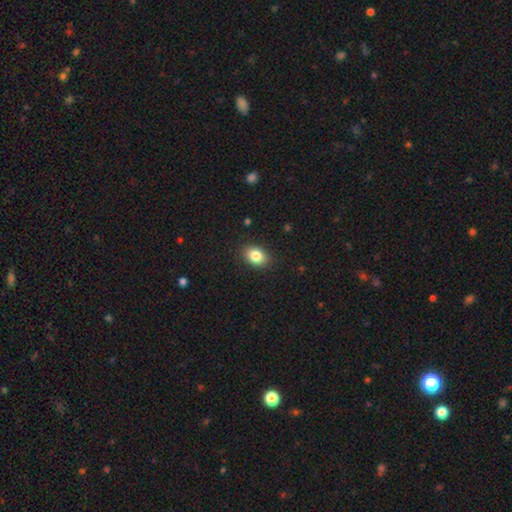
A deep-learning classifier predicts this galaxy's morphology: Q: Smooth or featured?
A: smooth (84%); runner-up: star or artifact (9%)
Q: How rounded?
A: in between (74%); runner-up: round (25%)
Q: Merging?
A: none (88%); runner-up: minor disturbance (9%)